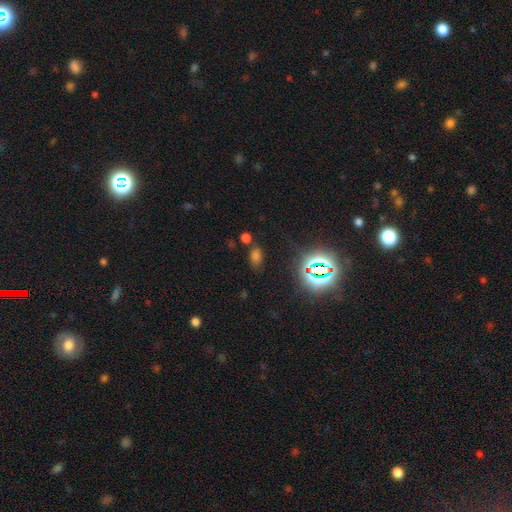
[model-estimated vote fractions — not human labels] This appears to be a smooth galaxy with no disk features (49%). Merging: none (73%).